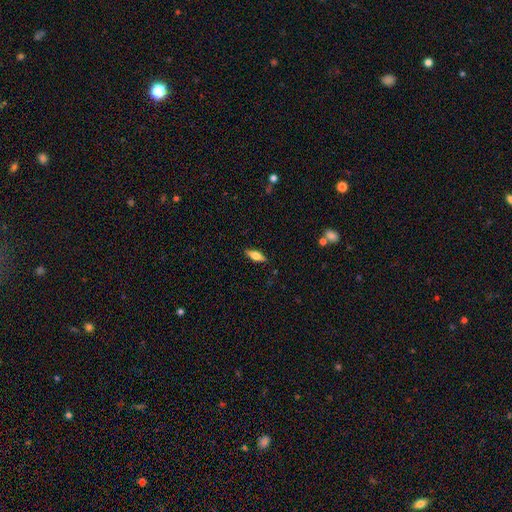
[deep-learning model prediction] Smooth or featured? Predicted: smooth (p=0.59). How rounded? Predicted: in between (p=0.65). Merging? Predicted: none (p=0.87).